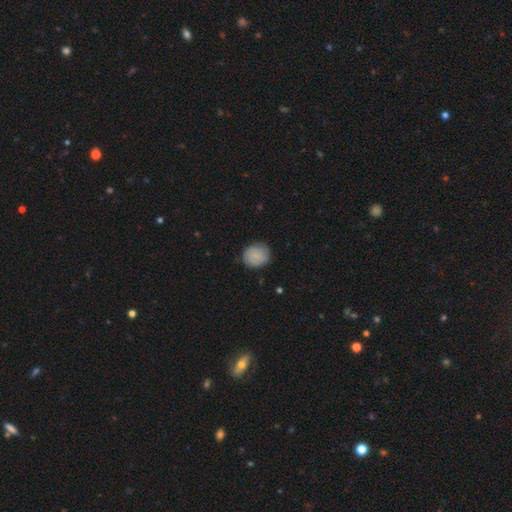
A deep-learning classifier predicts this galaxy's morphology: Overall: smooth (81%). How rounded: round (78%). Merging: none (82%).